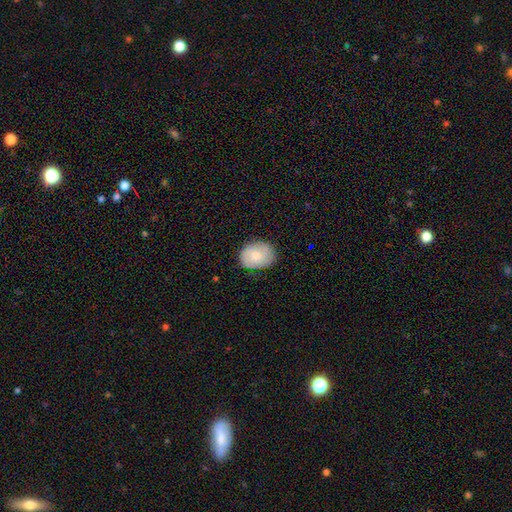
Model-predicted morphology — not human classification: smooth 69%, featured or disk 24%, star or artifact 7%. Down the decision tree: how rounded — in between (55%); merging — none (81%).